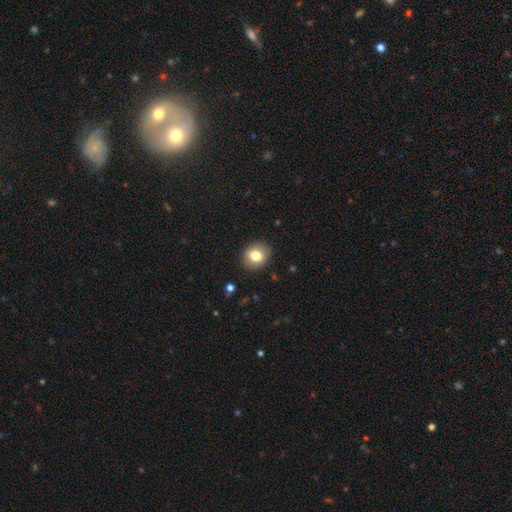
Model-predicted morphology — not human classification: Overall: smooth (77%). How rounded: round (68%; in between 31%). Merging: none (89%).